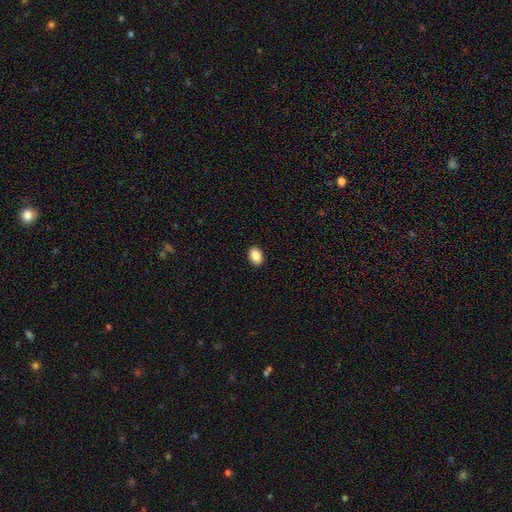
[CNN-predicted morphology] Smooth or featured? smooth (87%)
How rounded? in between (82%)
Merging? none (91%)